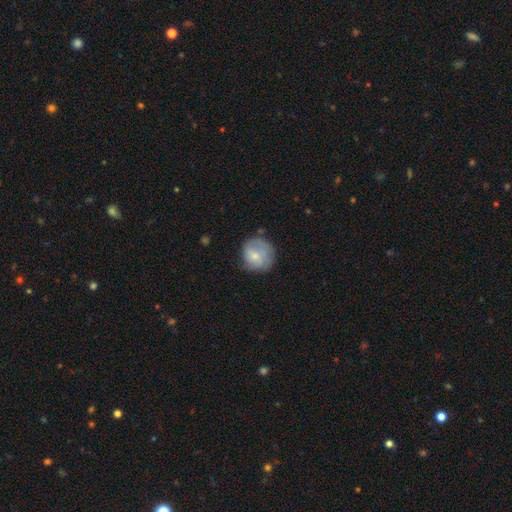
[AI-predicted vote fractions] Morphology: type=smooth (60%); roundness=round (85%); merging=none (60%).